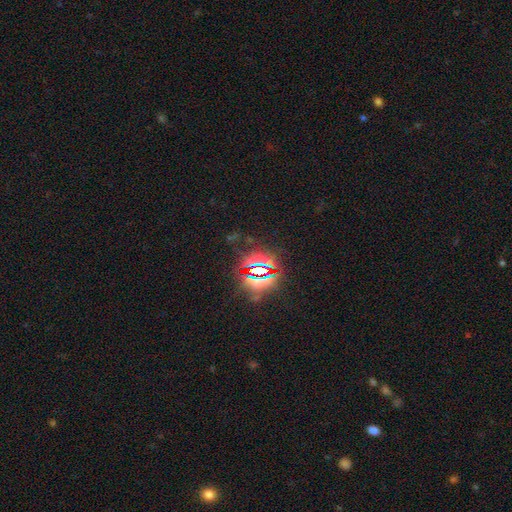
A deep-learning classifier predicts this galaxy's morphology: Smooth or featured?
  - star or artifact: 84% *
  - smooth: 9%
  - featured or disk: 7%